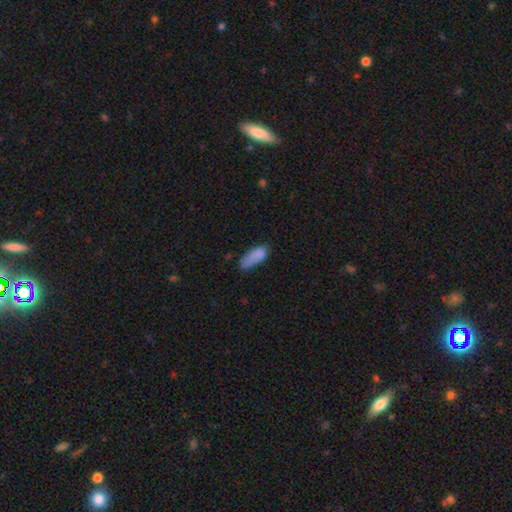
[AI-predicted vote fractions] This is clearly a smooth galaxy (82%). How rounded: likely in between (79%). Merging: possibly none (46%).